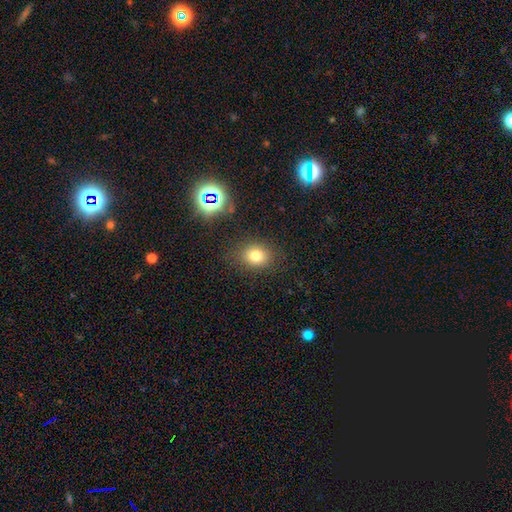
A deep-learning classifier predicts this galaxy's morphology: smooth_or_featured: smooth (p=0.76) [alt: star or artifact p=0.16]
how_rounded: round (p=0.57) [alt: in between p=0.42]
merging: none (p=0.83) [alt: minor disturbance p=0.11]